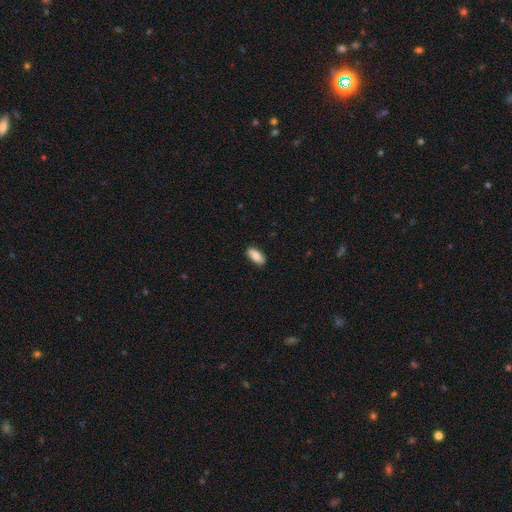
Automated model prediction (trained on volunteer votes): smooth-or-featured: smooth: 82% | featured or disk: 12% | star or artifact: 6%
  how-rounded: in between: 88% | cigar-shaped: 9% | round: 3%
  merging: none: 87% | minor disturbance: 10% | major disturbance: 2% | merger: 1%